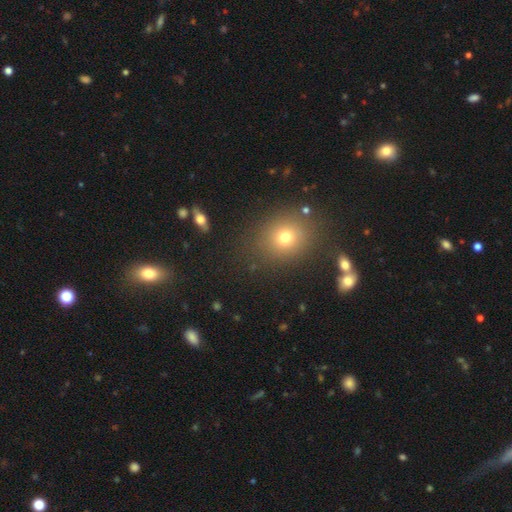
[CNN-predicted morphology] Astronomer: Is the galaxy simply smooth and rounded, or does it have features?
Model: smooth — 64%.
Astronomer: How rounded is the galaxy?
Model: round — 67%.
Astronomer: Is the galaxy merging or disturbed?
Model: none — 84%.